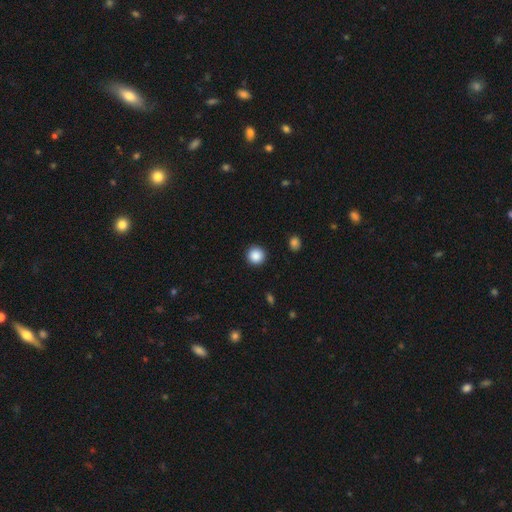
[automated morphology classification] smooth 88%, star or artifact 9%, featured or disk 3%. Down the decision tree: how rounded — round (95%); merging — none (92%).